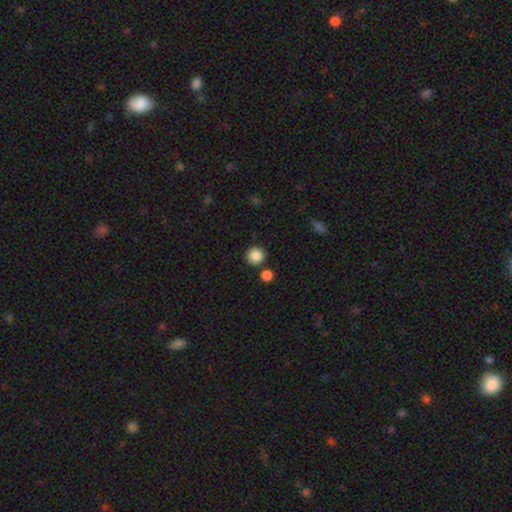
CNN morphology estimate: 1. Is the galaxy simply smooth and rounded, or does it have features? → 87% smooth, 9% star or artifact, 3% featured or disk.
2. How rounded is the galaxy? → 92% round, 7% in between, 1% cigar-shaped.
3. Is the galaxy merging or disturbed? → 83% none, 7% merger, 7% minor disturbance, 2% major disturbance.